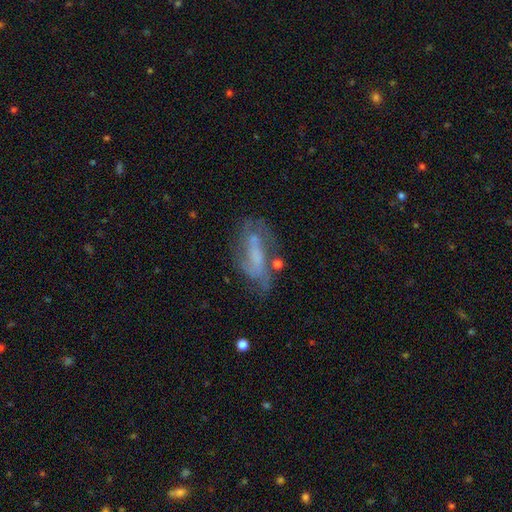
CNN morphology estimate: Q: Smooth or featured?
A: featured or disk (60%); runner-up: smooth (29%)
Q: Edge-on disk?
A: no (87%); runner-up: yes (13%)
Q: Bar?
A: no (45%); runner-up: weak (35%)
Q: Spiral arms?
A: yes (68%); runner-up: no (32%)
Q: Bulge size?
A: none (40%); runner-up: small (30%)
Q: Merging?
A: none (51%); runner-up: minor disturbance (23%)